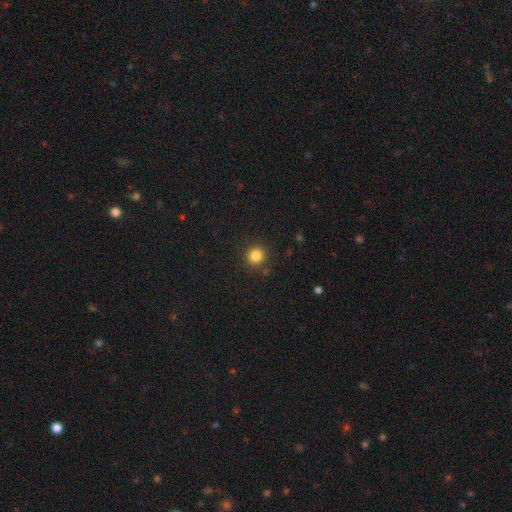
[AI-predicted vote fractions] A smooth galaxy with no disk features (84%) that is round (93%). Merging: none (90%).